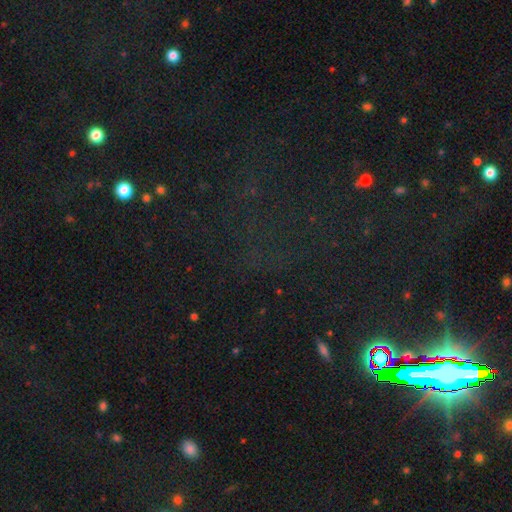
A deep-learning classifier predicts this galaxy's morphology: Overall: star or artifact (76%).